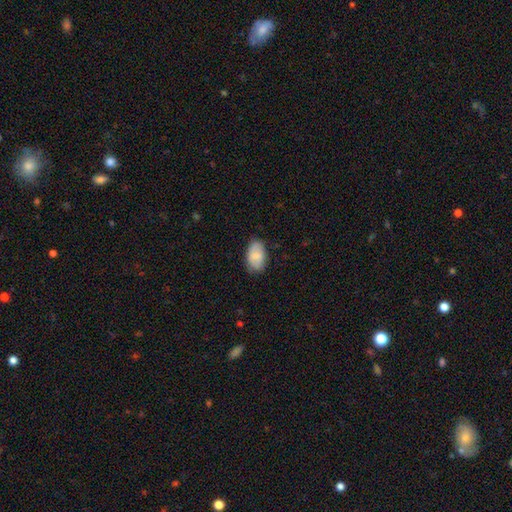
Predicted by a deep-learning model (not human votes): Smooth or featured? Predicted: smooth (p=0.79). How rounded? Predicted: in between (p=0.94). Merging? Predicted: none (p=0.75).